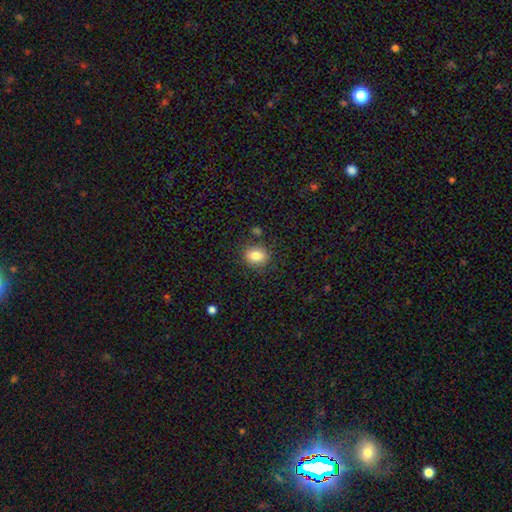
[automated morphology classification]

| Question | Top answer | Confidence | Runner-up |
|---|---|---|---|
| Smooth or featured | smooth | 83% | star or artifact (10%) |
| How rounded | round | 60% | in between (40%) |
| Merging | none | 82% | minor disturbance (11%) |